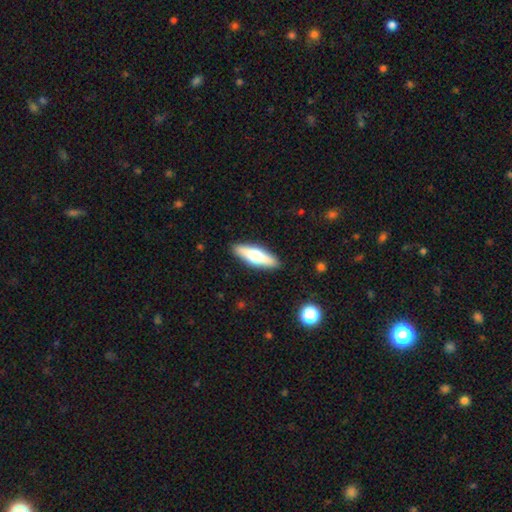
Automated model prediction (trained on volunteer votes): smooth-or-featured: smooth: 47% (tied) | featured or disk: 47% (tied) | star or artifact: 6%
  merging: none: 90% | minor disturbance: 7% | major disturbance: 2% | merger: 1%